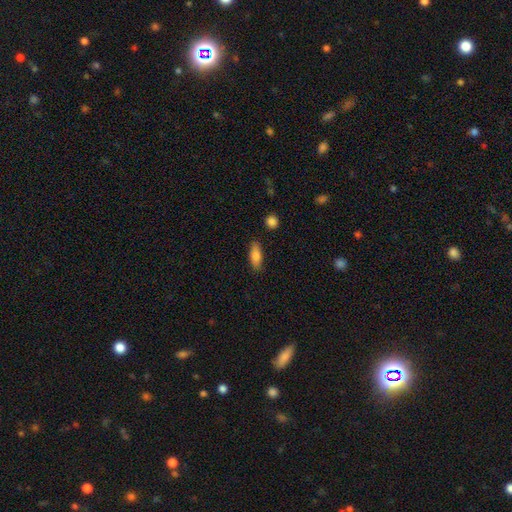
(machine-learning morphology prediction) A smooth galaxy with no disk features (80%) that is in between round and cigar-shaped (73%). Merging: none (84%).